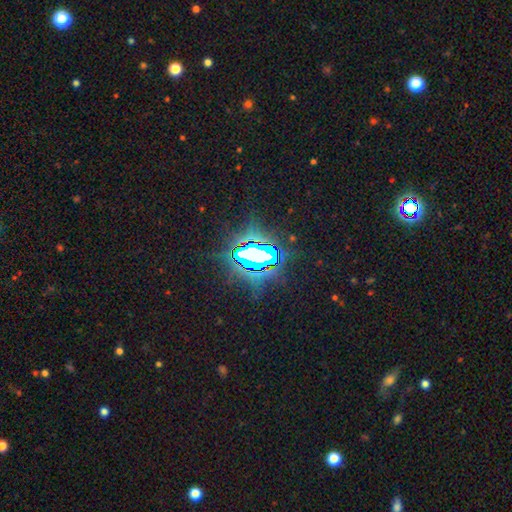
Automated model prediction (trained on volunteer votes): Morphology: type=star or artifact (79%).